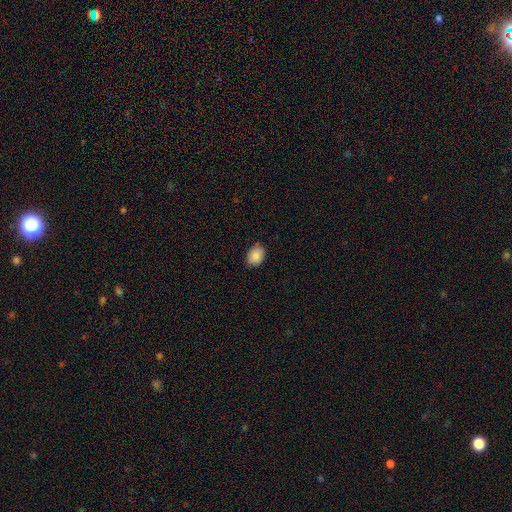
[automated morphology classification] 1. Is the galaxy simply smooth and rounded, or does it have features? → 86% smooth, 7% star or artifact, 6% featured or disk.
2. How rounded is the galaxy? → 72% in between, 27% round, 1% cigar-shaped.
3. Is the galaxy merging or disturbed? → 85% none, 12% minor disturbance, 2% major disturbance, 1% merger.